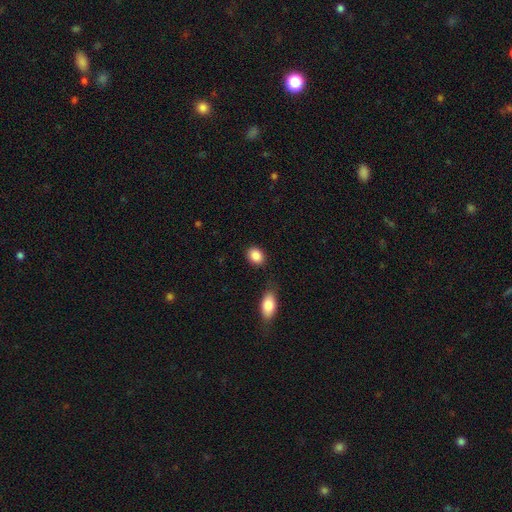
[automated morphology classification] Smooth or featured? Predicted: smooth (p=0.87). How rounded? Predicted: in between (p=0.62). Merging? Predicted: none (p=0.82).